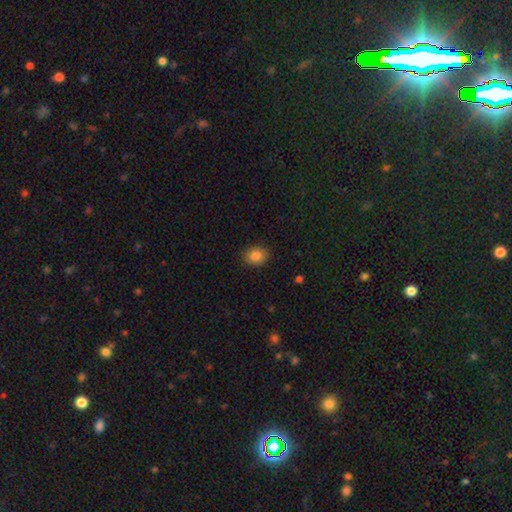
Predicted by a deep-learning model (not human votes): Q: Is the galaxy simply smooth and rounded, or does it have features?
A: smooth — 85%.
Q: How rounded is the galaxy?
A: round — 57%.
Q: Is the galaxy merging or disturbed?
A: none — 88%.